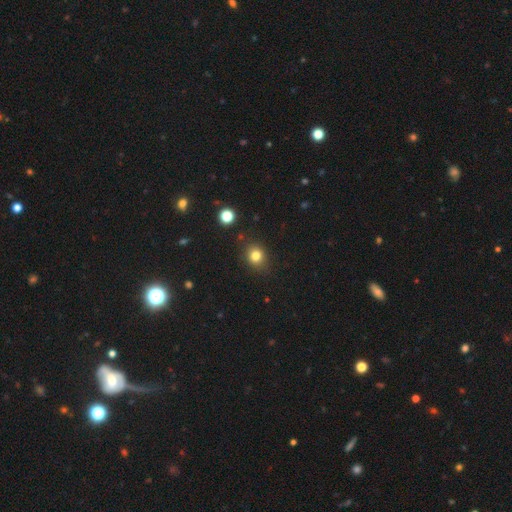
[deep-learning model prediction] smooth_or_featured: smooth (p=0.80) [alt: star or artifact p=0.13]
how_rounded: round (p=0.70) [alt: in between p=0.29]
merging: none (p=0.84) [alt: minor disturbance p=0.11]